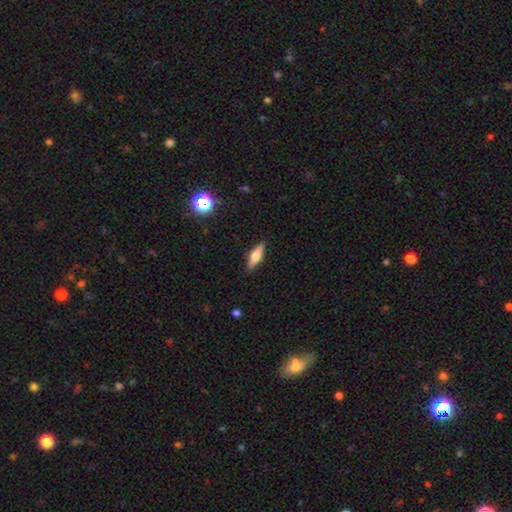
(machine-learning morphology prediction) Smooth or featured?
  - smooth: 48% *
  - featured or disk: 44%
  - star or artifact: 8%
Merging?
  - none: 89% *
  - minor disturbance: 8%
  - major disturbance: 2%
  - merger: 1%